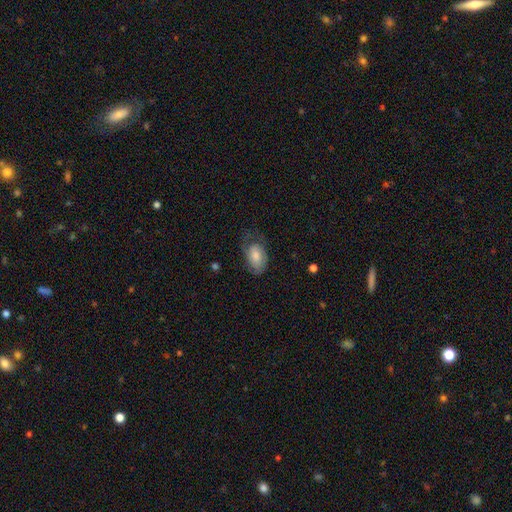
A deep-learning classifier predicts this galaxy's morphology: smooth-or-featured: smooth: 61% | featured or disk: 32% | star or artifact: 7%
  how-rounded: in between: 91% | round: 8% | cigar-shaped: 2%
  merging: none: 45% | minor disturbance: 28% | major disturbance: 25% | merger: 1%